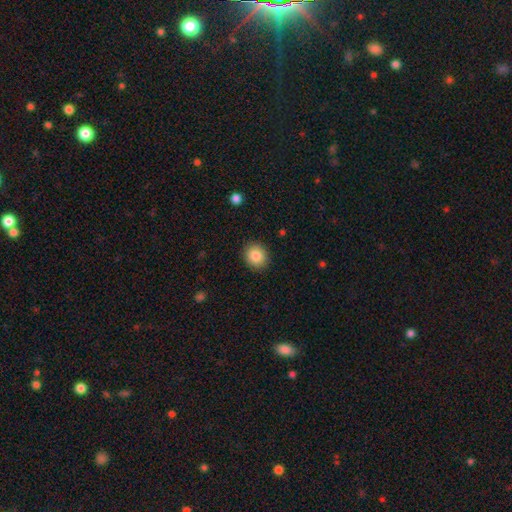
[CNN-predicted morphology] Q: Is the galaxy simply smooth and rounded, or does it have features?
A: smooth — 85%.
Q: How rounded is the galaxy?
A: round — 74%.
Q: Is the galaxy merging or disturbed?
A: none — 89%.